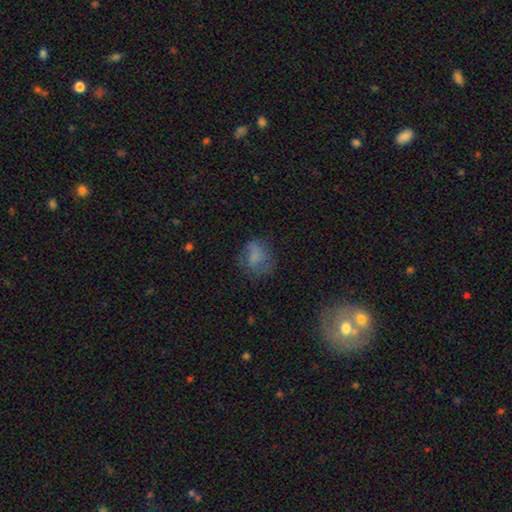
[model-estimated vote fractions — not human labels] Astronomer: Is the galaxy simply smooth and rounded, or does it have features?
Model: smooth — 64%.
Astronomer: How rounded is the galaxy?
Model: round — 53% (runner-up: in between, 46%).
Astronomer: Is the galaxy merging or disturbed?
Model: none — 56%.